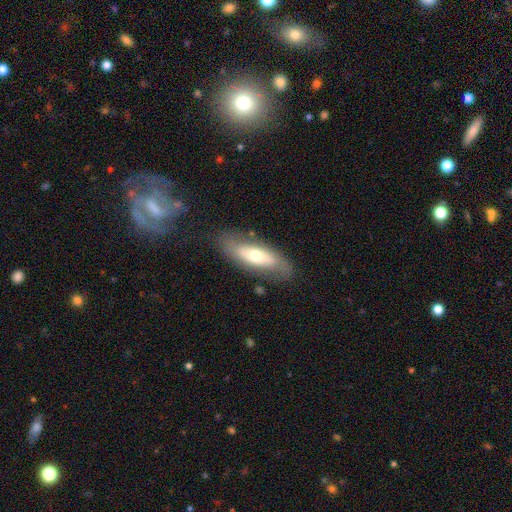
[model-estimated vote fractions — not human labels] Smooth or featured: smooth — 52% (featured or disk — 42%)
How rounded: in between — 60% (cigar-shaped — 37%)
Merging: none — 74% (minor disturbance — 17%)